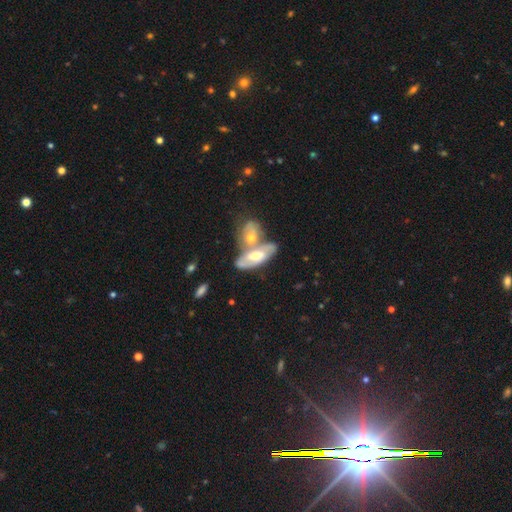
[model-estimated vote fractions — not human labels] The model was most divided on "smooth or featured": featured or disk: 59%, smooth: 35%, star or artifact: 6%. More confident: edge-on disk — no (80%); merging — merger (58%).